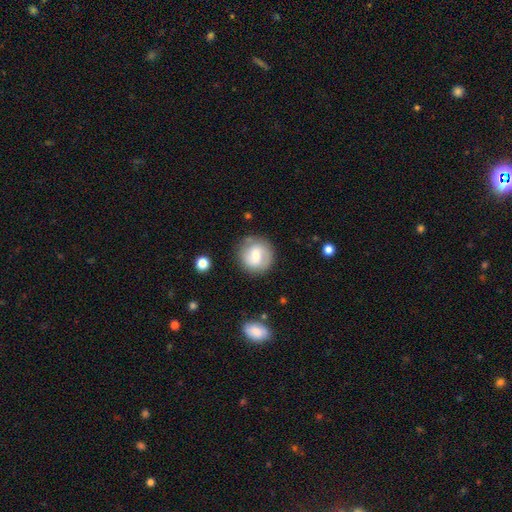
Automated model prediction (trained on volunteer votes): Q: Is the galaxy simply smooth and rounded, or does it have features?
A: smooth — 53%.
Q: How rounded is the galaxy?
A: round — 91%.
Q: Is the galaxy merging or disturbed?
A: none — 81%.